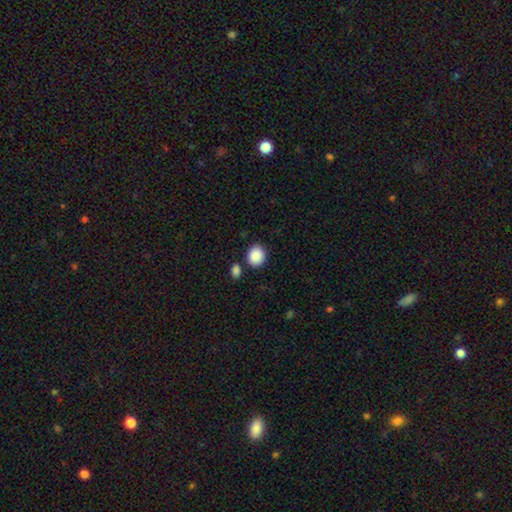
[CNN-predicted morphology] smooth_or_featured: smooth (p=0.89) [alt: star or artifact p=0.08]
how_rounded: round (p=0.67) [alt: in between p=0.32]
merging: none (p=0.80) [alt: minor disturbance p=0.09]